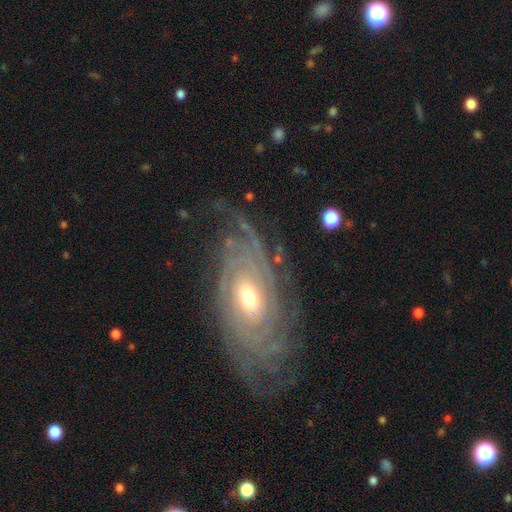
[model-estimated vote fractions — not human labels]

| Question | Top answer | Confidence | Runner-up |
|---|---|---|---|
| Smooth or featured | featured or disk | 89% | smooth (6%) |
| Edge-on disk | no | 94% | yes (6%) |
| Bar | no | 63% | weak (26%) |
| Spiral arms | yes | 96% | no (4%) |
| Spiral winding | tight | 79% | medium (17%) |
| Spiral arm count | can't tell | 33% | 4 (17%) |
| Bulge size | moderate | 57% | small (37%) |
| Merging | none | 74% | minor disturbance (16%) |